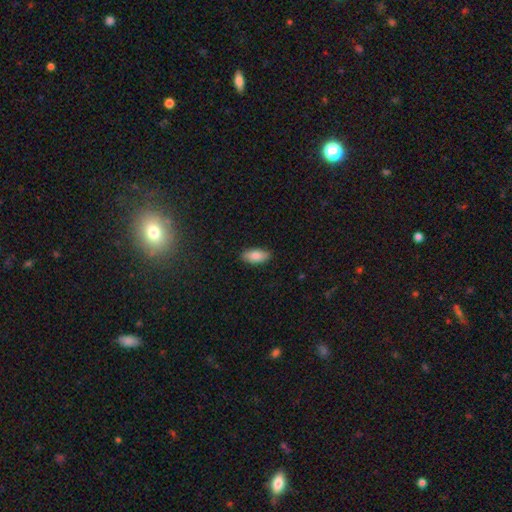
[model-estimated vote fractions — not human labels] Smooth or featured: smooth — 83% (featured or disk — 11%)
How rounded: in between — 88% (cigar-shaped — 9%)
Merging: none — 89% (minor disturbance — 9%)